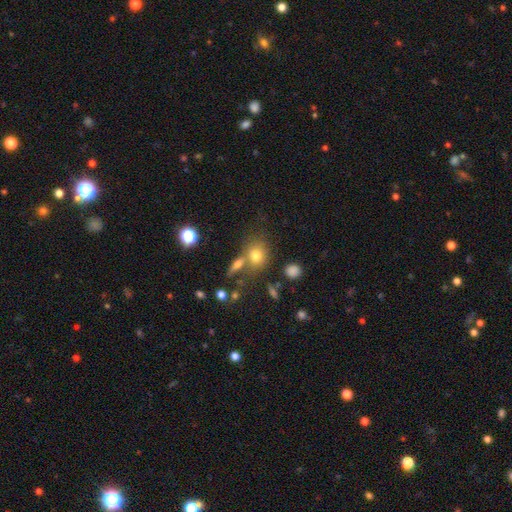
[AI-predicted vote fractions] smooth-or-featured: smooth: 74% | featured or disk: 13% | star or artifact: 13%
  how-rounded: round: 55% | in between: 43% | cigar-shaped: 3%
  merging: none: 53% | merger: 30% | minor disturbance: 12% | major disturbance: 6%